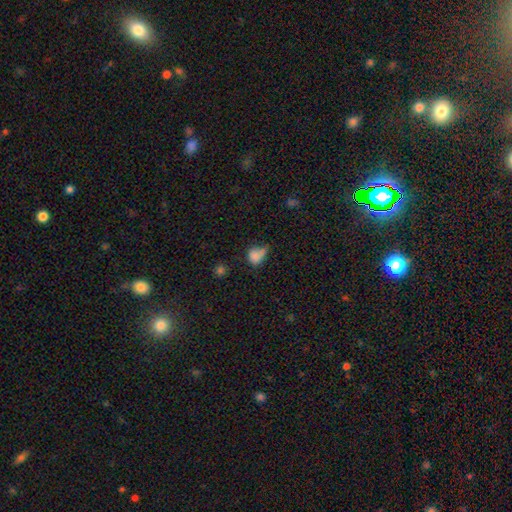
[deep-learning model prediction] smooth_or_featured: smooth (p=0.76) [alt: star or artifact p=0.13]
how_rounded: in between (p=0.59) [alt: round p=0.39]
merging: minor disturbance (p=0.34) [alt: none p=0.30]